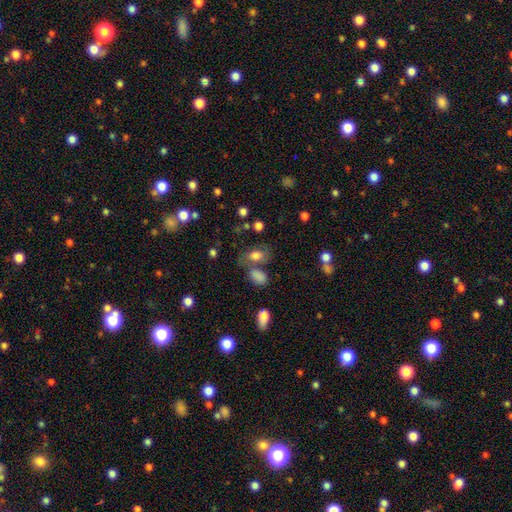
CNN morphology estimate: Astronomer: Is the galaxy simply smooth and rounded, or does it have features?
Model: star or artifact — 43% (runner-up: smooth, 40%).